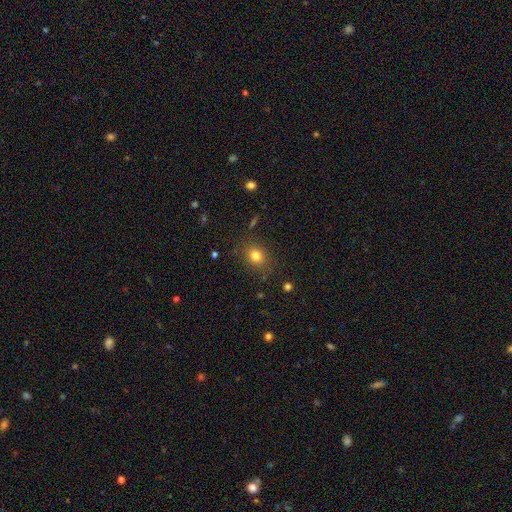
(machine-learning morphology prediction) Smooth or featured?
  - smooth: 79% *
  - star or artifact: 13%
  - featured or disk: 7%
How rounded?
  - round: 62% *
  - in between: 37%
  - cigar-shaped: 1%
Merging?
  - none: 83% *
  - minor disturbance: 12%
  - major disturbance: 4%
  - merger: 2%